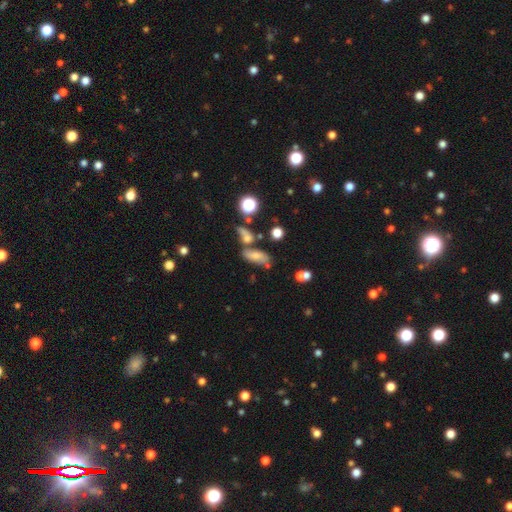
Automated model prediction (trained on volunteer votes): Morphology: type=smooth (60%); roundness=in between (72%); merging=none (47%).